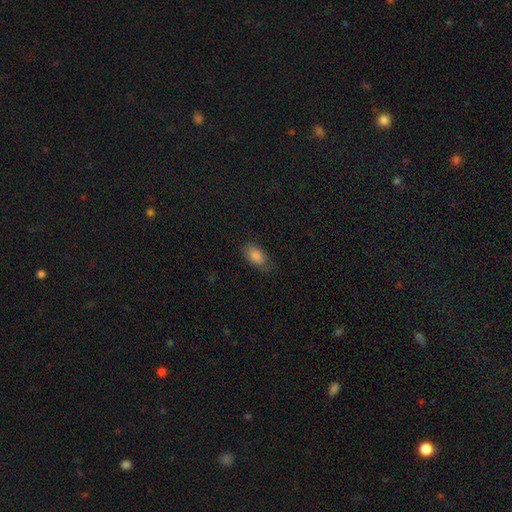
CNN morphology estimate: type=smooth (84%); roundness=in between (91%); merging=none (75%).